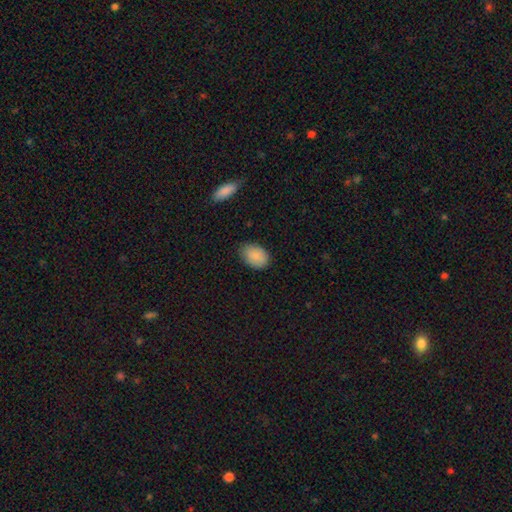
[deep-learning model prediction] A smooth galaxy with no disk features (88%) that is in between round and cigar-shaped (84%). Merging: none (79%).